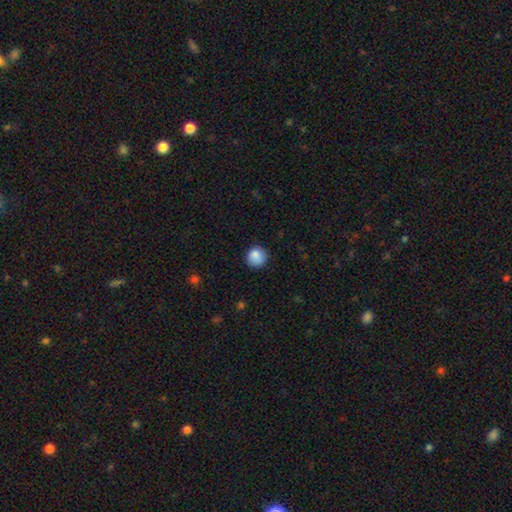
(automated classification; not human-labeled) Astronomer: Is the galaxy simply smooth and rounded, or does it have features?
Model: smooth — 87%.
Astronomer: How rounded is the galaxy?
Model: round — 92%.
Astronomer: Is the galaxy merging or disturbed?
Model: none — 86%.